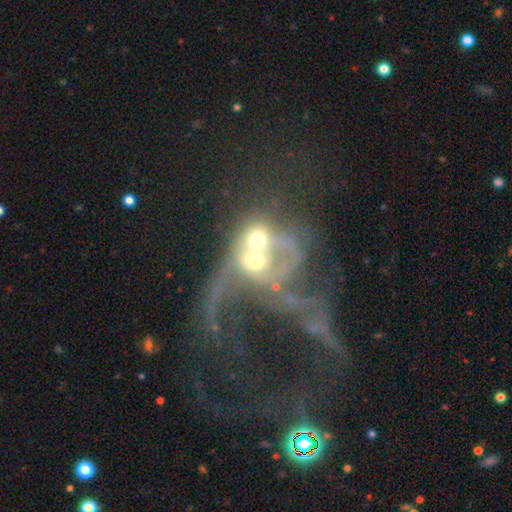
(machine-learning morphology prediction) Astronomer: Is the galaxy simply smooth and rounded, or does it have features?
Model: featured or disk — 62%.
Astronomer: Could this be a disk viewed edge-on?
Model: no — 96%.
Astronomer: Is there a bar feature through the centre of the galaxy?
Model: no — 77%.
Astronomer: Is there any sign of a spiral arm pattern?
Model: yes — 55% (runner-up: no, 45%).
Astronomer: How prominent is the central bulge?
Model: moderate — 57%.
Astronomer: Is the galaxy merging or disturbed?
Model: merger — 68%.